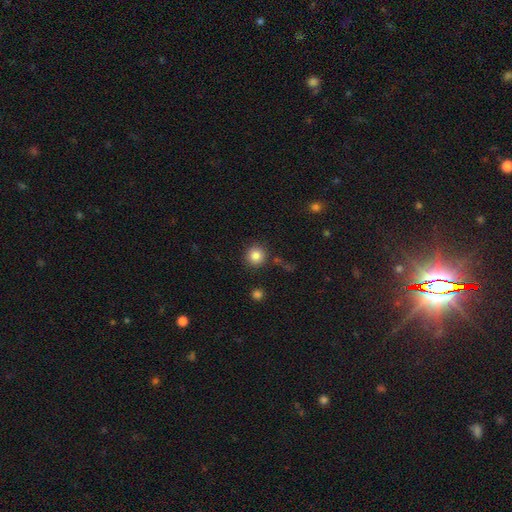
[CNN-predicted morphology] type=smooth (84%); roundness=round (92%); merging=none (87%).